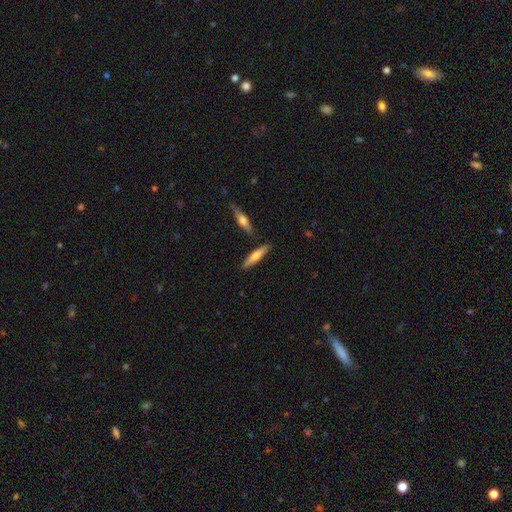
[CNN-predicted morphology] Overall: smooth (52%; featured or disk 42%). How rounded: cigar-shaped (82%). Merging: none (81%).